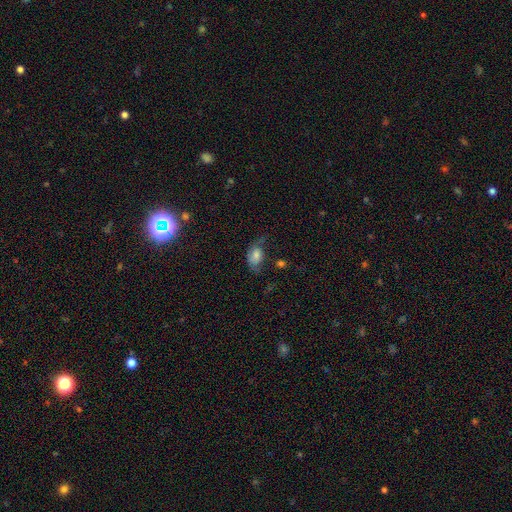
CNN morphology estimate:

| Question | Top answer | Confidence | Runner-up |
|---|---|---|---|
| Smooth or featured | smooth | 64% | featured or disk (26%) |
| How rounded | in between | 84% | round (14%) |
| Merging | none | 36% | minor disturbance (31%) |